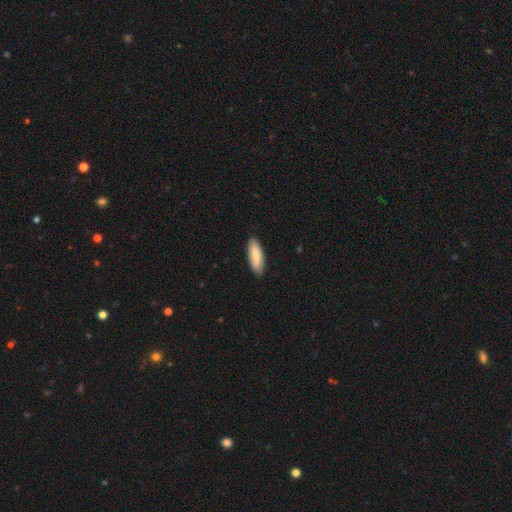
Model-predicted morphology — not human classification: smooth-or-featured: smooth: 84% | featured or disk: 10% | star or artifact: 5%
  how-rounded: in between: 60% | cigar-shaped: 39% | round: 2%
  merging: none: 89% | minor disturbance: 8% | major disturbance: 2% | merger: 1%